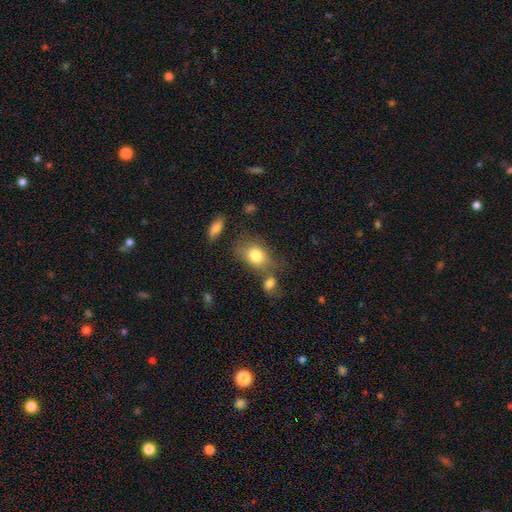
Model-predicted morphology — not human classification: Q: Smooth or featured?
A: smooth (80%); runner-up: featured or disk (11%)
Q: How rounded?
A: in between (65%); runner-up: round (33%)
Q: Merging?
A: none (55%); runner-up: merger (20%)